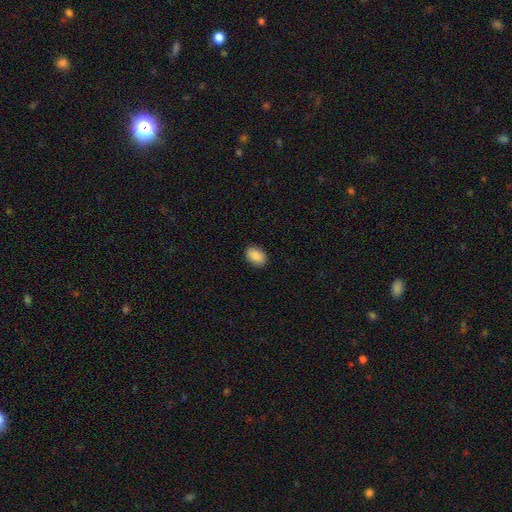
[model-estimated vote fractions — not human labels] A smooth galaxy with no disk features (88%) that is in between round and cigar-shaped (85%).

Vote fractions:
- Smooth or featured? smooth: 88% / star or artifact: 7% / featured or disk: 5%
- How rounded? in between: 85% / round: 14% / cigar-shaped: 1%
- Merging? none: 90% / minor disturbance: 7% / major disturbance: 2% / merger: 1%